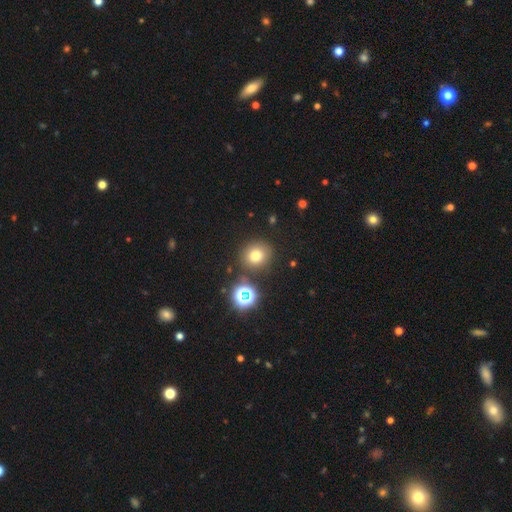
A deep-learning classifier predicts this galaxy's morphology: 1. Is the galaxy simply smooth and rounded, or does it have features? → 72% smooth, 19% star or artifact, 8% featured or disk.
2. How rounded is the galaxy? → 85% round, 14% in between, 1% cigar-shaped.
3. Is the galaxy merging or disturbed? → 82% none, 9% minor disturbance, 6% merger, 3% major disturbance.